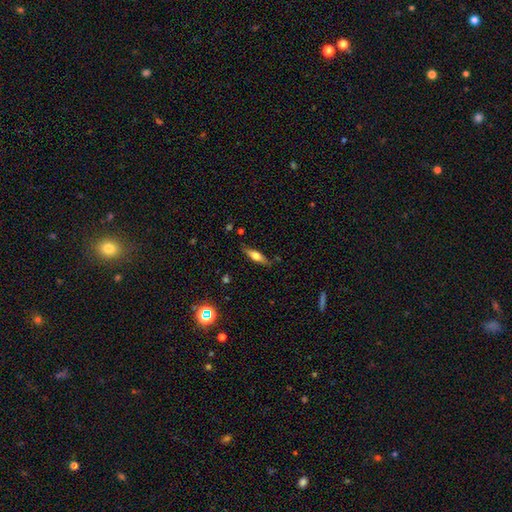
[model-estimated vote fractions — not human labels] The model was most divided on "smooth or featured": smooth: 48%, featured or disk: 44%, star or artifact: 8%. More confident: merging — none (81%).